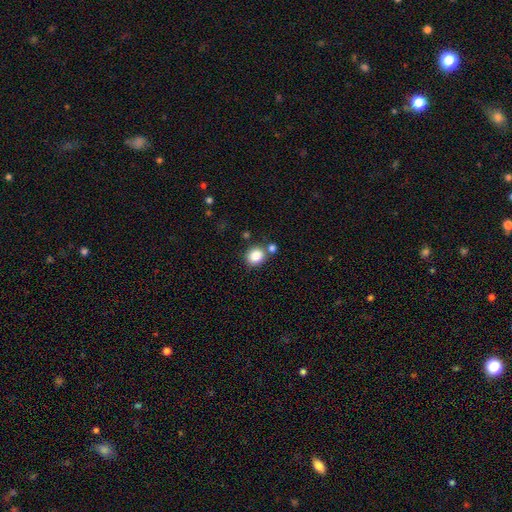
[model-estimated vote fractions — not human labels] Smooth or featured?
  - smooth: 85% *
  - star or artifact: 10%
  - featured or disk: 5%
How rounded?
  - round: 68% *
  - in between: 31%
  - cigar-shaped: 1%
Merging?
  - none: 70% *
  - merger: 16%
  - minor disturbance: 11%
  - major disturbance: 3%